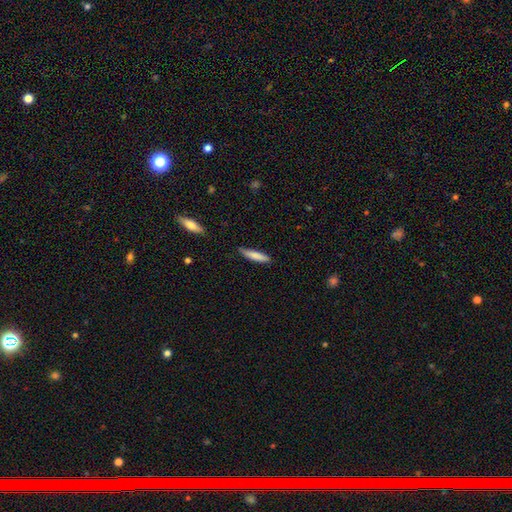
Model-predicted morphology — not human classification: Q: Smooth or featured?
A: smooth (80%); runner-up: featured or disk (14%)
Q: How rounded?
A: cigar-shaped (81%); runner-up: in between (17%)
Q: Merging?
A: none (78%); runner-up: minor disturbance (18%)